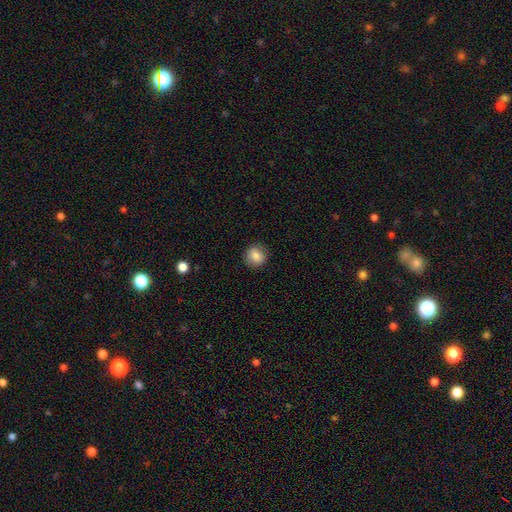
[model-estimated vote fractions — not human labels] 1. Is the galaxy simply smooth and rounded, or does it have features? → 83% smooth, 9% star or artifact, 7% featured or disk.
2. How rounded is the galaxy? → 87% round, 12% in between, 1% cigar-shaped.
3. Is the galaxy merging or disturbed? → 89% none, 8% minor disturbance, 2% major disturbance, 1% merger.